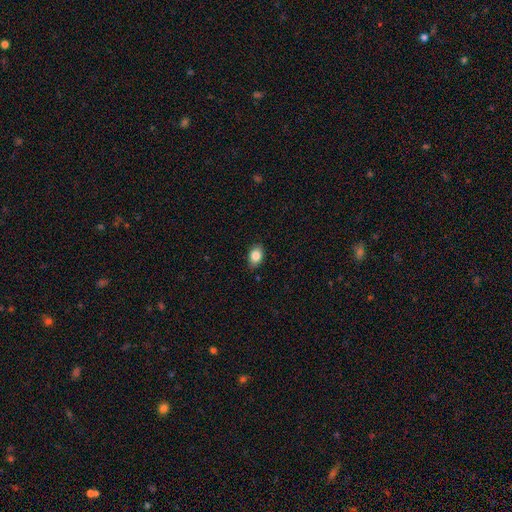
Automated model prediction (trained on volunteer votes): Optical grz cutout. It shows a smooth galaxy with no disk features (85%) that is in between round and cigar-shaped (81%). Merging: none (85%).